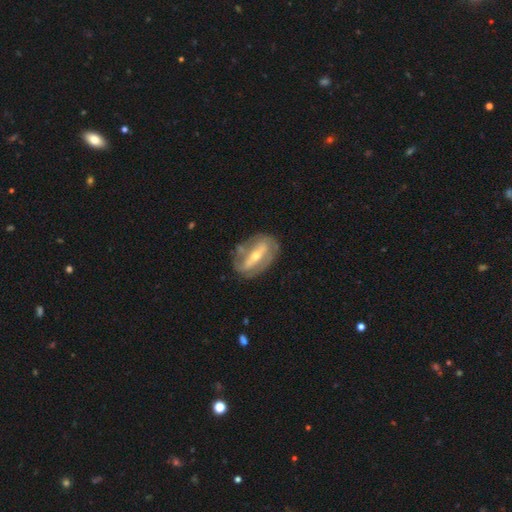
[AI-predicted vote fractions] Smooth or featured? Predicted: featured or disk (p=0.76). Edge-on disk? Predicted: no (p=0.83). Bar? Predicted: strong (p=0.71). Spiral arms? Predicted: yes (p=0.58). Bulge size? Predicted: moderate (p=0.56). Merging? Predicted: none (p=0.73).